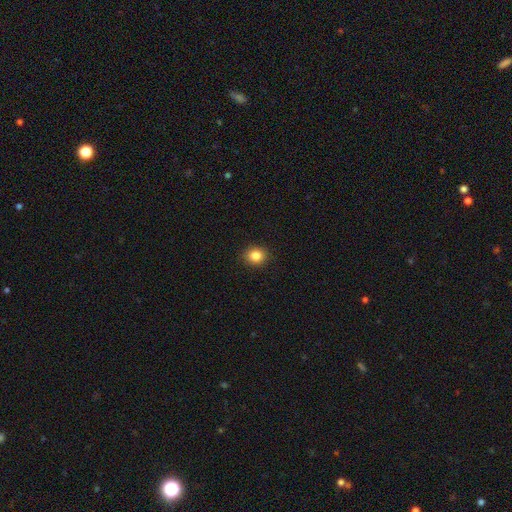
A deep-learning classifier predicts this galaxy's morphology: smooth-or-featured: smooth: 85% | star or artifact: 10% | featured or disk: 5%
  how-rounded: round: 77% | in between: 22% | cigar-shaped: 1%
  merging: none: 91% | minor disturbance: 7% | major disturbance: 2% | merger: 1%